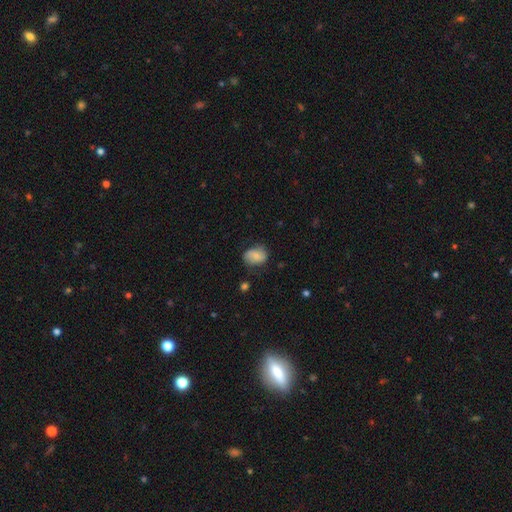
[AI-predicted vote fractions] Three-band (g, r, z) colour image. It shows a smooth galaxy with no disk features (71%) that is in between round and cigar-shaped (66%). Merging: none (63%).